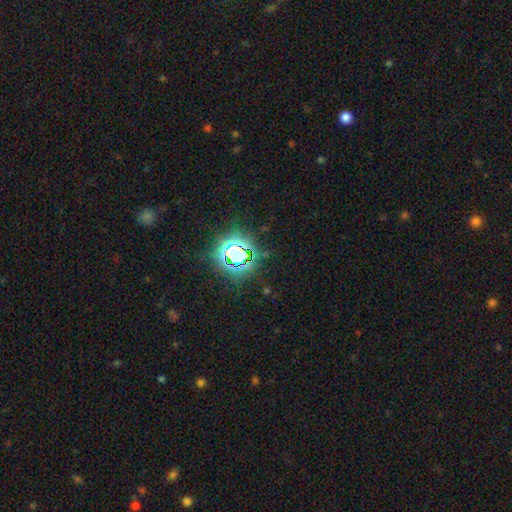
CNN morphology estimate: Smooth or featured? Predicted: star or artifact (p=0.78).